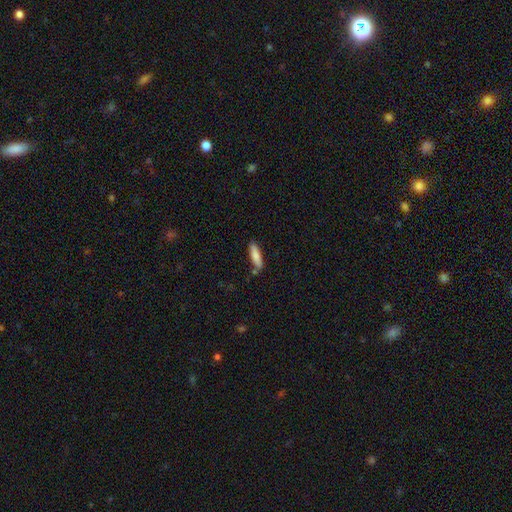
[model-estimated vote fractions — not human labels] A smooth galaxy with no disk features (83%) that is cigar-shaped (69%). Merging: none (81%).